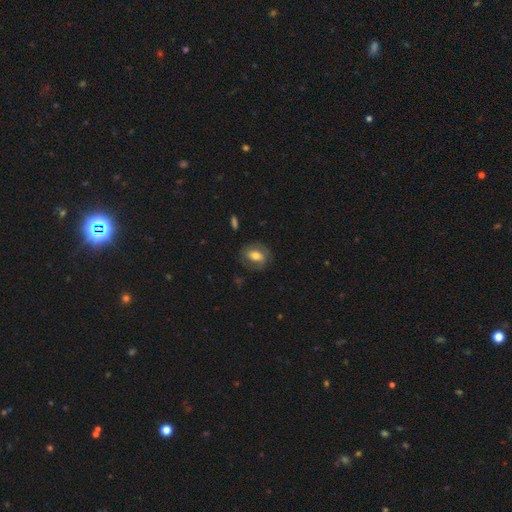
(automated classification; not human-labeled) A smooth galaxy with no disk features (54%) that is in between round and cigar-shaped (68%).

Vote fractions:
- Smooth or featured? smooth: 54% / featured or disk: 39% / star or artifact: 7%
- How rounded? in between: 68% / round: 30% / cigar-shaped: 2%
- Merging? none: 76% / minor disturbance: 15% / major disturbance: 7% / merger: 1%